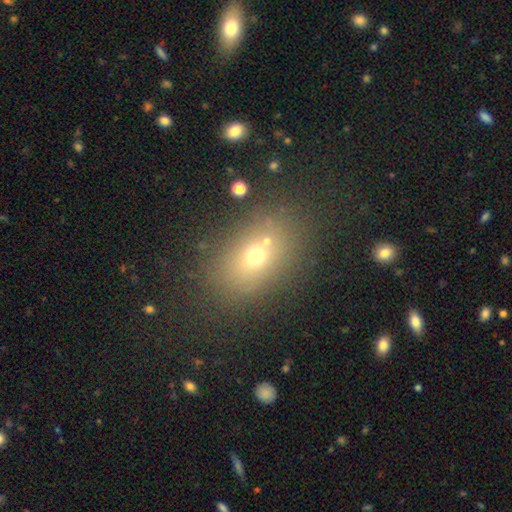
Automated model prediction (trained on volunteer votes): A smooth galaxy with no disk features (62%) that is in between round and cigar-shaped (70%).

Vote fractions:
- Smooth or featured? smooth: 62% / star or artifact: 19% / featured or disk: 18%
- How rounded? in between: 70% / round: 28% / cigar-shaped: 2%
- Merging? none: 69% / merger: 13% / minor disturbance: 12% / major disturbance: 6%